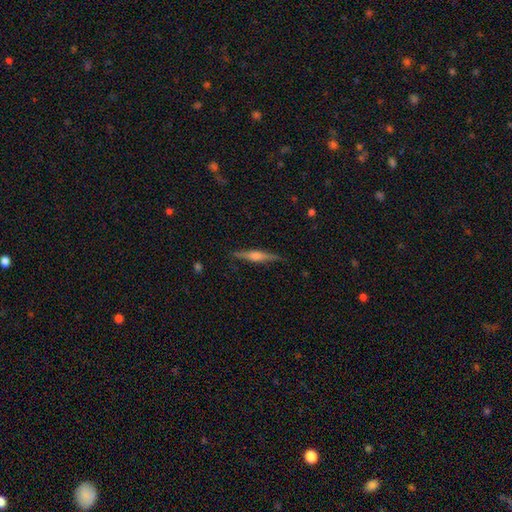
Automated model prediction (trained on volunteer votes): A featured or disk galaxy (77%) viewed edge-on (98%) with a rounded central bulge (73%).

Vote fractions:
- Smooth or featured? featured or disk: 77% / smooth: 16% / star or artifact: 7%
- Edge-on disk? yes: 98% / no: 2%
- Edge-on bulge? rounded: 73% / boxy: 19% / none: 7%
- Merging? none: 89% / minor disturbance: 8% / major disturbance: 2% / merger: 1%